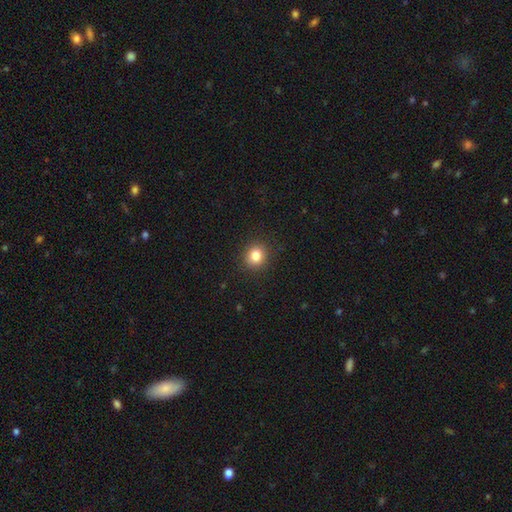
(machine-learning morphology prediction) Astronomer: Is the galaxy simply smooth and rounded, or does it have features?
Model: smooth — 82%.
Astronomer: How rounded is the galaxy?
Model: round — 81%.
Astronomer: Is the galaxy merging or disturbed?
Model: none — 90%.